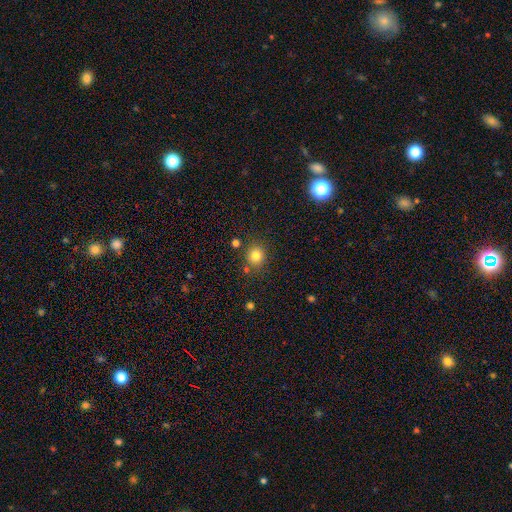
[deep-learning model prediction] Smooth or featured? smooth (80%)
How rounded? round (81%)
Merging? none (81%)